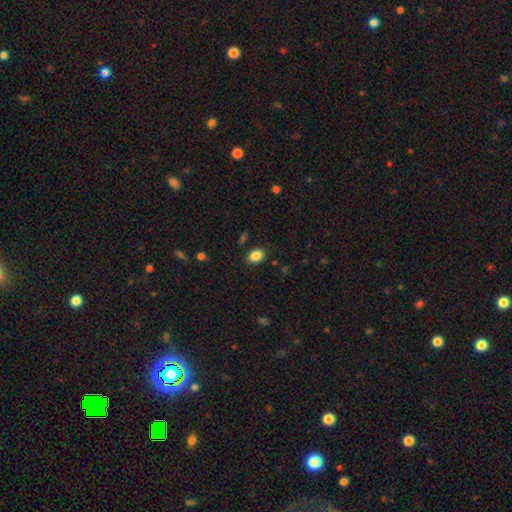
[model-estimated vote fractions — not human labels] The model was most divided on "how rounded": in between: 74%, round: 25%, cigar-shaped: 1%. More confident: merging — none (86%); smooth or featured — smooth (86%).